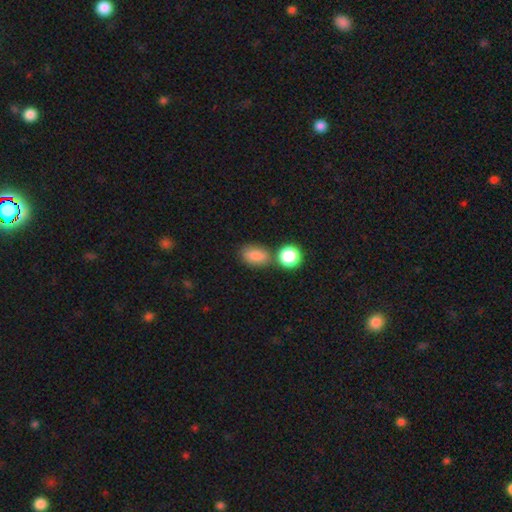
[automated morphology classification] Overall: smooth (83%). How rounded: in between (80%). Merging: none (61%).